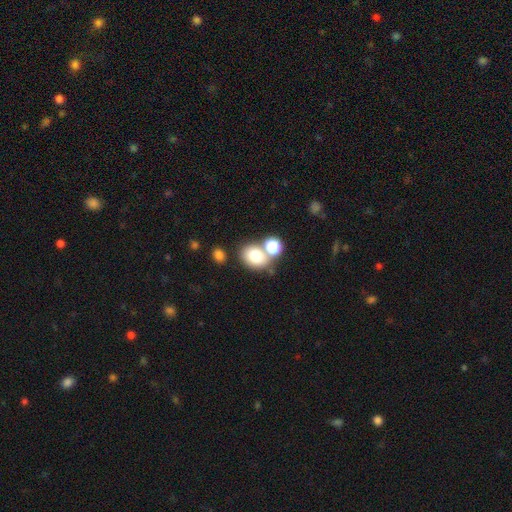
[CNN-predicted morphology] Smooth or featured?
  - smooth: 75% *
  - featured or disk: 12%
  - star or artifact: 12%
How rounded?
  - in between: 51% *
  - round: 48%
  - cigar-shaped: 1%
Merging?
  - none: 54% *
  - merger: 30%
  - minor disturbance: 11%
  - major disturbance: 4%